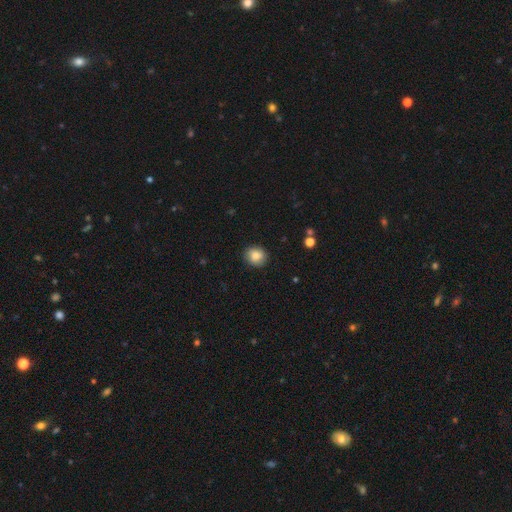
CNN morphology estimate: smooth 83%, star or artifact 8%, featured or disk 8%. Down the decision tree: how rounded — round (77%); merging — none (88%).